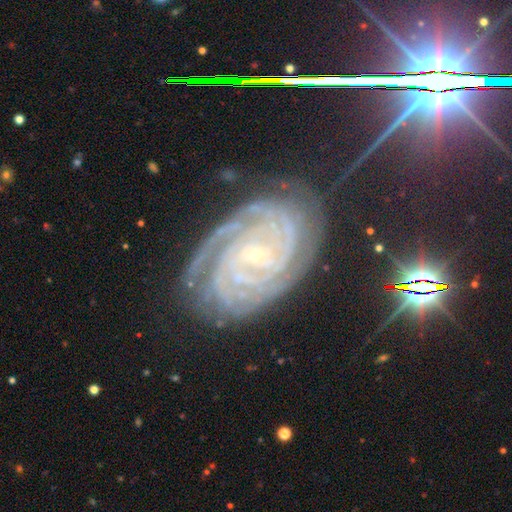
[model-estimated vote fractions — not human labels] Q: Smooth or featured?
A: featured or disk (88%); runner-up: star or artifact (8%)
Q: Edge-on disk?
A: no (97%); runner-up: yes (3%)
Q: Bar?
A: no (61%); runner-up: weak (24%)
Q: Spiral arms?
A: yes (99%); runner-up: no (1%)
Q: Spiral winding?
A: tight (85%); runner-up: medium (13%)
Q: Spiral arm count?
A: 4 (27%); runner-up: 3 (20%)
Q: Bulge size?
A: small (87%); runner-up: moderate (10%)
Q: Merging?
A: none (77%); runner-up: minor disturbance (17%)